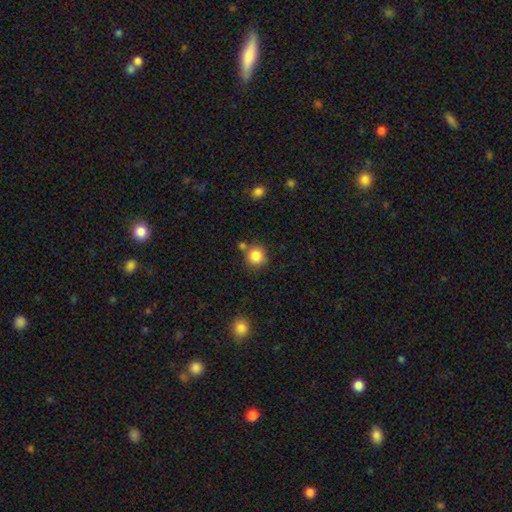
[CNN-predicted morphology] This appears to be a smooth galaxy with no disk features (85%) that is round (91%). Merging: none (72%).